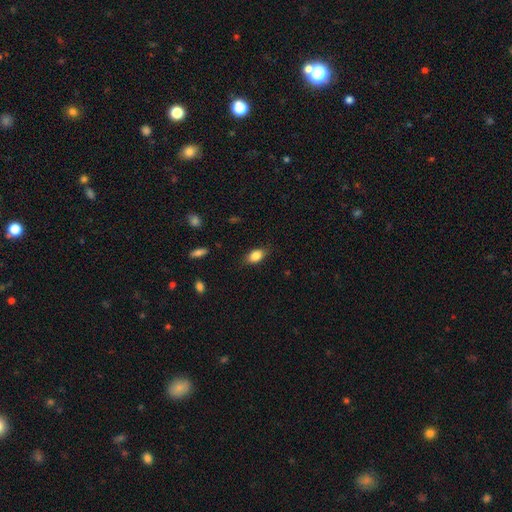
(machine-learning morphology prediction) smooth_or_featured: smooth (p=0.85) [alt: star or artifact p=0.08]
how_rounded: in between (p=0.86) [alt: round p=0.11]
merging: none (p=0.80) [alt: minor disturbance p=0.15]